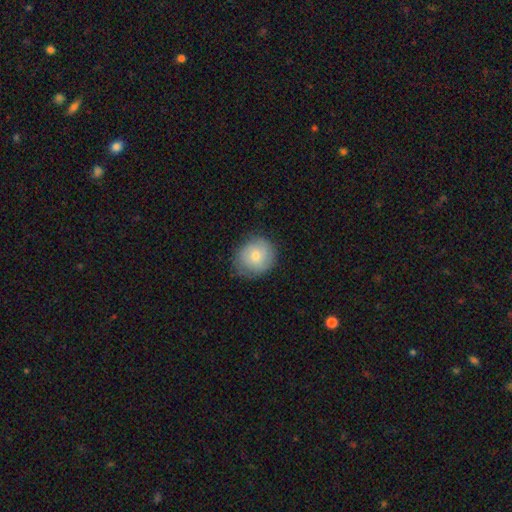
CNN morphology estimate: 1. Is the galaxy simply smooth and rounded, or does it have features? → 72% smooth, 21% featured or disk, 8% star or artifact.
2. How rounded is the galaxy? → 81% round, 18% in between, 1% cigar-shaped.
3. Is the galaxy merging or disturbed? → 77% none, 18% minor disturbance, 4% major disturbance, 1% merger.